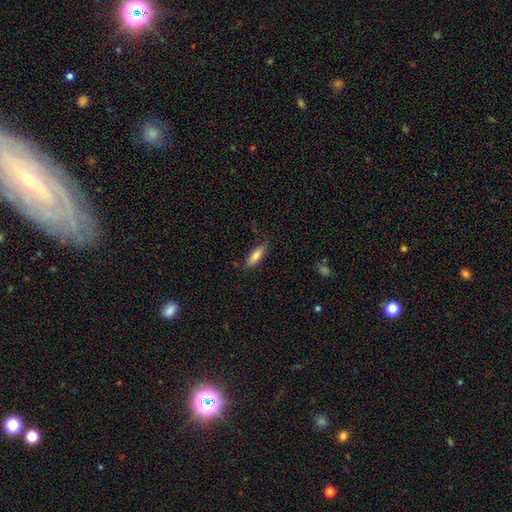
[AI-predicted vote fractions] Smooth or featured? smooth (78%)
How rounded? in between (54%)
Merging? none (77%)